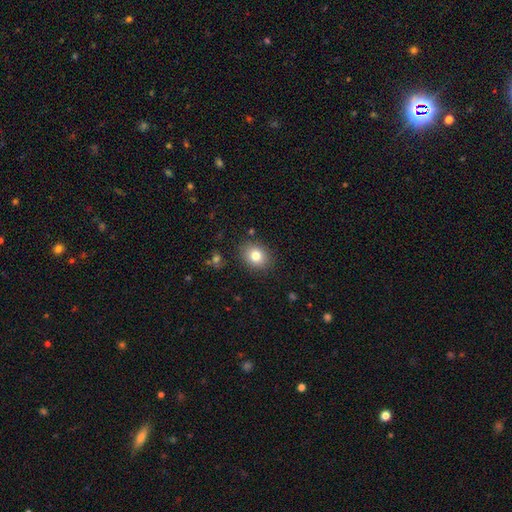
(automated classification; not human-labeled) Q: Smooth or featured?
A: smooth (81%); runner-up: star or artifact (10%)
Q: How rounded?
A: in between (52%); runner-up: round (48%)
Q: Merging?
A: none (86%); runner-up: minor disturbance (10%)